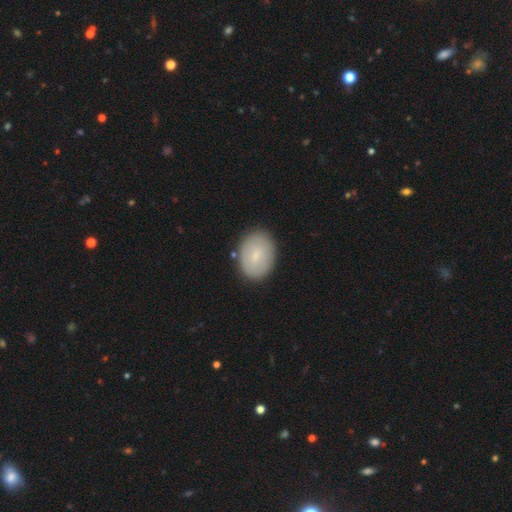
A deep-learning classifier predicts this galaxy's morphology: smooth 71%, featured or disk 22%, star or artifact 7%. Down the decision tree: how rounded — in between (69%); merging — none (85%).